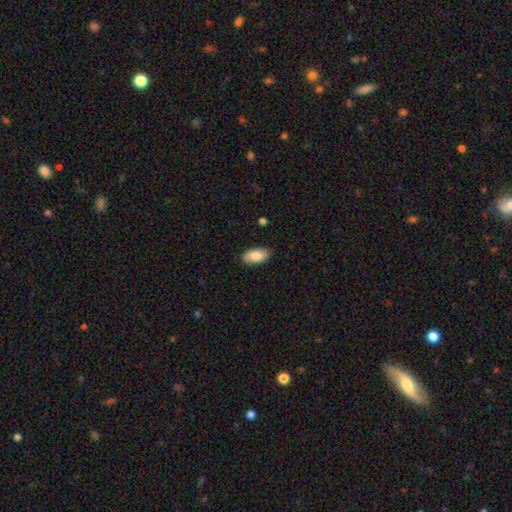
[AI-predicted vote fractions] A smooth galaxy with no disk features (86%) that is in between round and cigar-shaped (94%). Merging: none (86%).